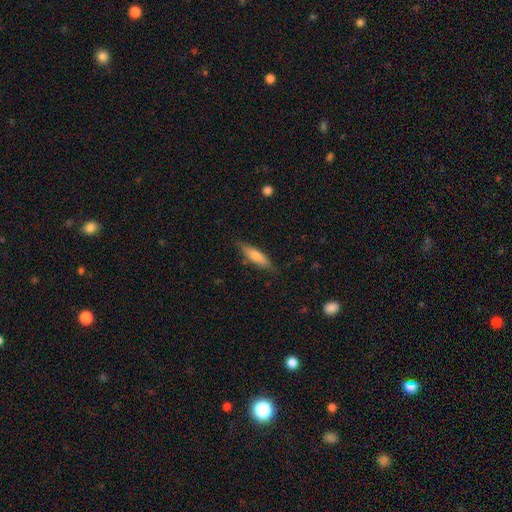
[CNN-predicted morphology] Smooth or featured: smooth — 67% (featured or disk — 27%)
How rounded: cigar-shaped — 66% (in between — 33%)
Merging: none — 79% (minor disturbance — 16%)